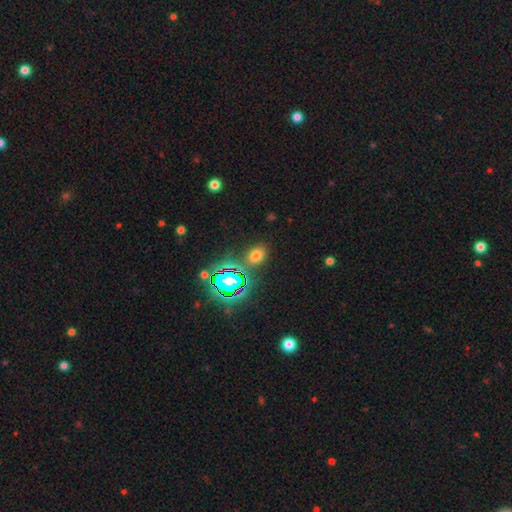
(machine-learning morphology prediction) Overall: smooth (61%; star or artifact 31%). How rounded: in between (66%; round 32%). Merging: none (80%).